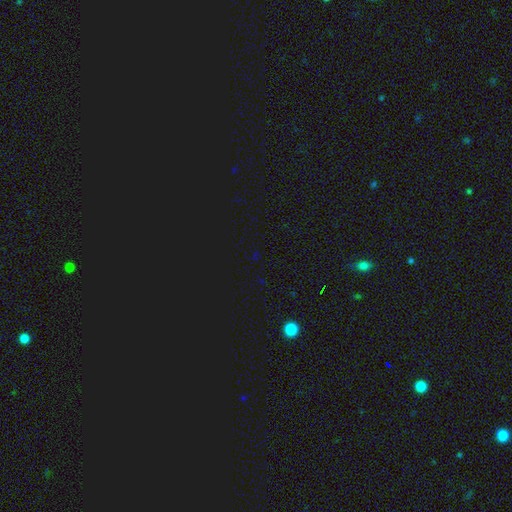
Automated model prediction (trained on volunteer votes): Overall: star or artifact (76%).